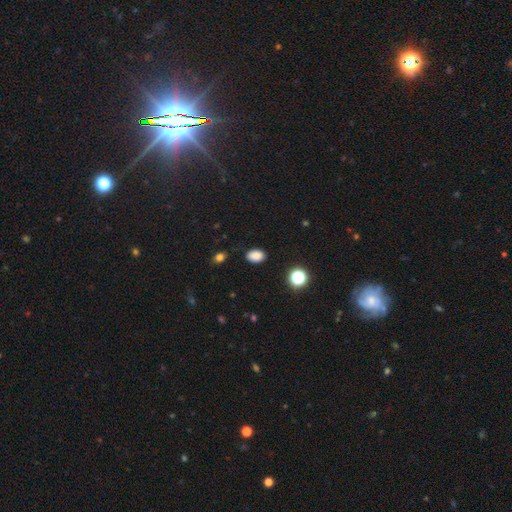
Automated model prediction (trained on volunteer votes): A smooth galaxy with no disk features (84%) that is in between round and cigar-shaped (82%). Merging: none (84%).